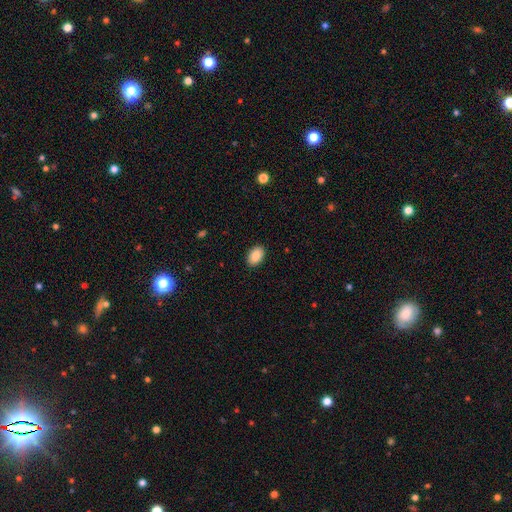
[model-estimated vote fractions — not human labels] Smooth or featured?
  - smooth: 87% *
  - star or artifact: 7%
  - featured or disk: 6%
How rounded?
  - in between: 87% *
  - round: 12%
  - cigar-shaped: 1%
Merging?
  - none: 90% *
  - minor disturbance: 7%
  - major disturbance: 2%
  - merger: 1%